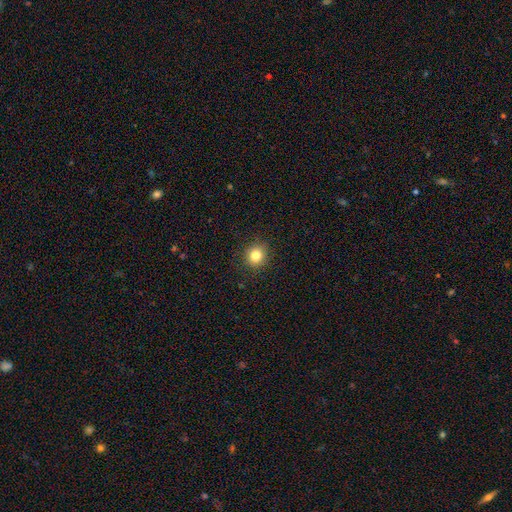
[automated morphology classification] type=smooth (82%); roundness=round (87%); merging=none (91%).